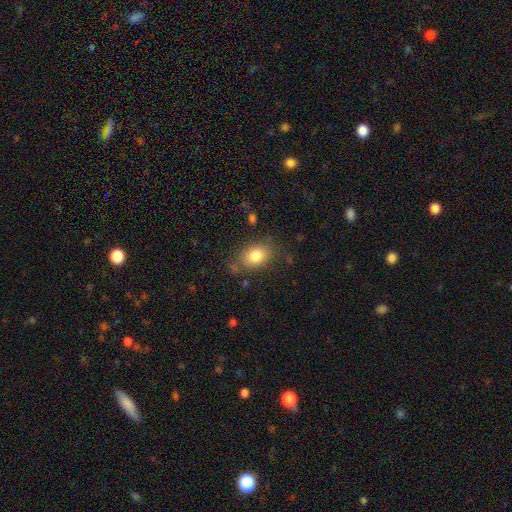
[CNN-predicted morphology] Overall: smooth (80%). How rounded: in between (77%). Merging: none (75%).